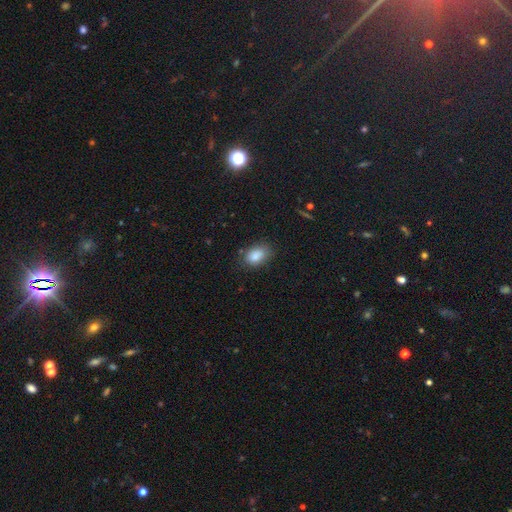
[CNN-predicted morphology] smooth_or_featured: smooth (p=0.86) [alt: star or artifact p=0.08]
how_rounded: in between (p=0.87) [alt: round p=0.12]
merging: none (p=0.74) [alt: minor disturbance p=0.19]